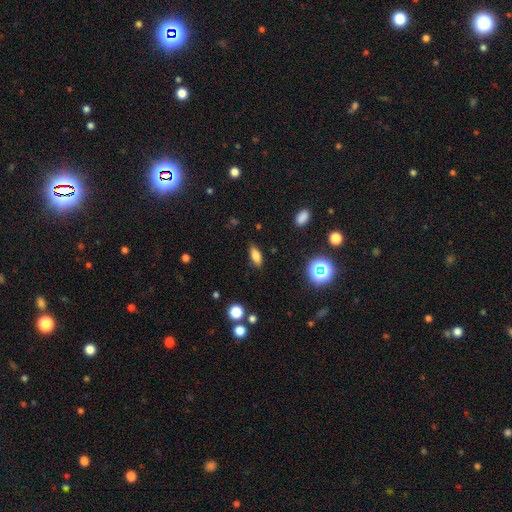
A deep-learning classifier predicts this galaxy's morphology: Smooth or featured? smooth (75%)
How rounded? in between (77%)
Merging? none (84%)